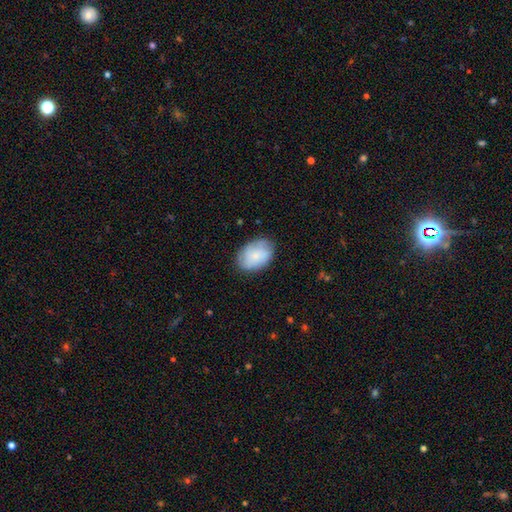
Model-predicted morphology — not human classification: A smooth galaxy with no disk features (67%) that is in between round and cigar-shaped (80%).

Vote fractions:
- Smooth or featured? smooth: 67% / featured or disk: 26% / star or artifact: 7%
- How rounded? in between: 80% / round: 18% / cigar-shaped: 1%
- Merging? none: 77% / minor disturbance: 18% / major disturbance: 4% / merger: 1%